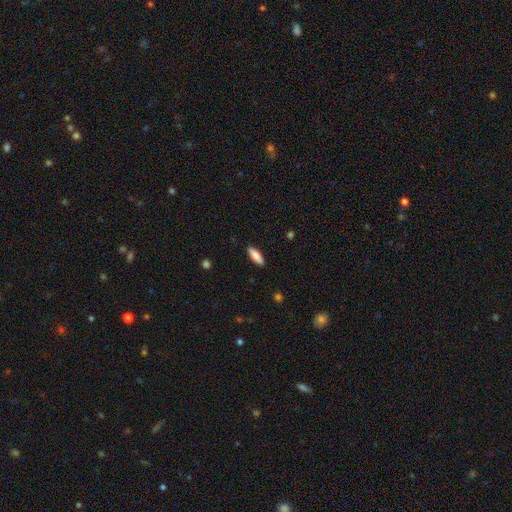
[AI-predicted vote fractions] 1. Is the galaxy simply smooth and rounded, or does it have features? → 86% smooth, 9% featured or disk, 6% star or artifact.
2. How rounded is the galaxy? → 55% in between, 43% cigar-shaped, 2% round.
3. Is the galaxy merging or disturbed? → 89% none, 8% minor disturbance, 2% major disturbance, 1% merger.